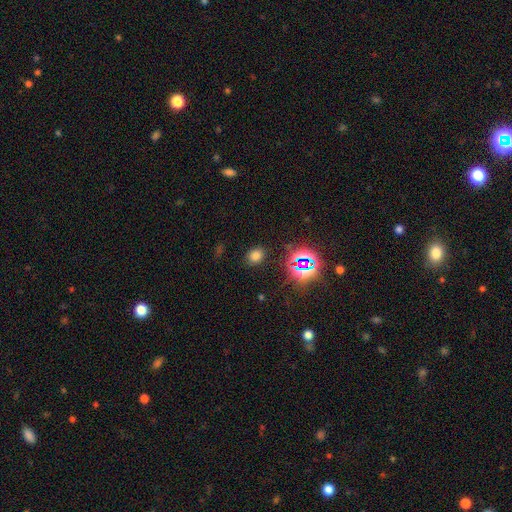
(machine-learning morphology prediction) Q: Smooth or featured?
A: smooth (68%); runner-up: star or artifact (25%)
Q: How rounded?
A: in between (55%); runner-up: round (44%)
Q: Merging?
A: none (85%); runner-up: minor disturbance (9%)